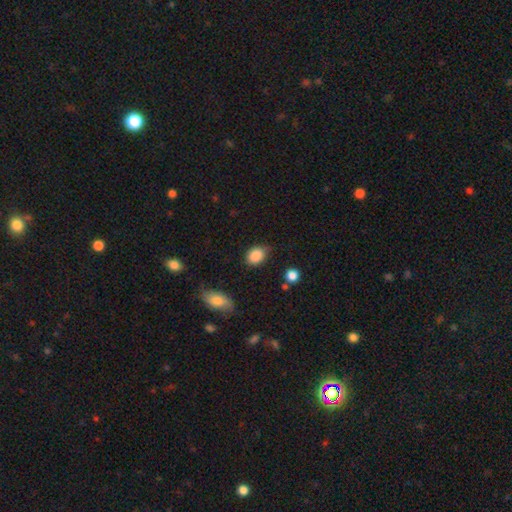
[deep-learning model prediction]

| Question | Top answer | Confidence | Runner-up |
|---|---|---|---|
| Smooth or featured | smooth | 87% | star or artifact (8%) |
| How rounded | in between | 66% | round (33%) |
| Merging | none | 68% | minor disturbance (25%) |